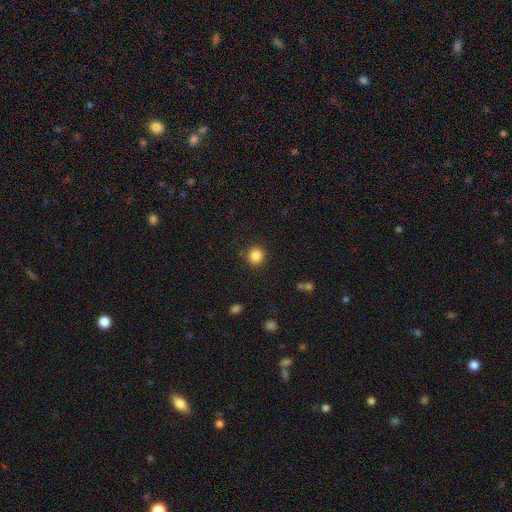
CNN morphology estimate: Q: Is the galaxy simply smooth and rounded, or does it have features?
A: smooth — 86%.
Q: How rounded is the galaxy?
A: round — 92%.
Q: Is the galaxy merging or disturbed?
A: none — 88%.